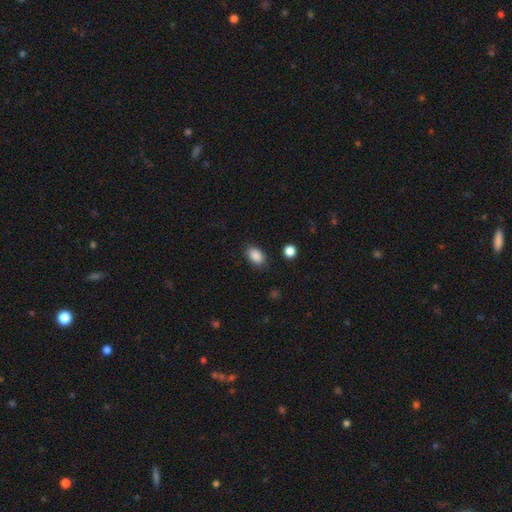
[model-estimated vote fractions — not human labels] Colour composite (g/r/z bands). It shows a smooth galaxy with no disk features (88%) that is in between round and cigar-shaped (85%). Merging: none (86%).